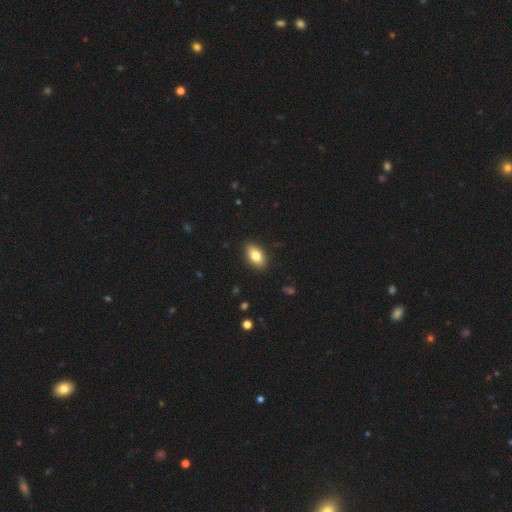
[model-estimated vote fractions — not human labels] Morphology: type=smooth (80%); roundness=in between (90%); merging=none (88%).